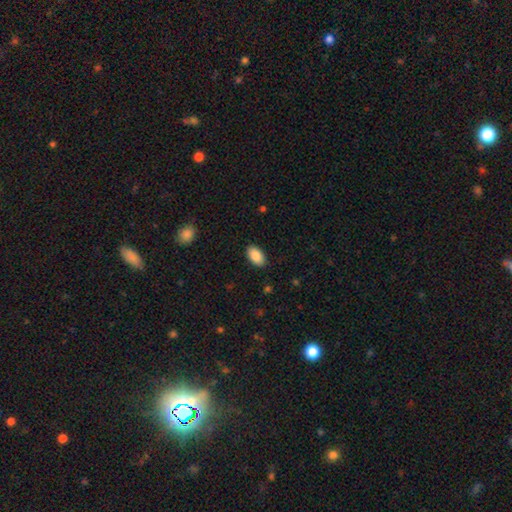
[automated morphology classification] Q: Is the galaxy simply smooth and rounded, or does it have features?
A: smooth — 89%.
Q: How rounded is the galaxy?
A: in between — 95%.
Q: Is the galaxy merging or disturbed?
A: none — 89%.